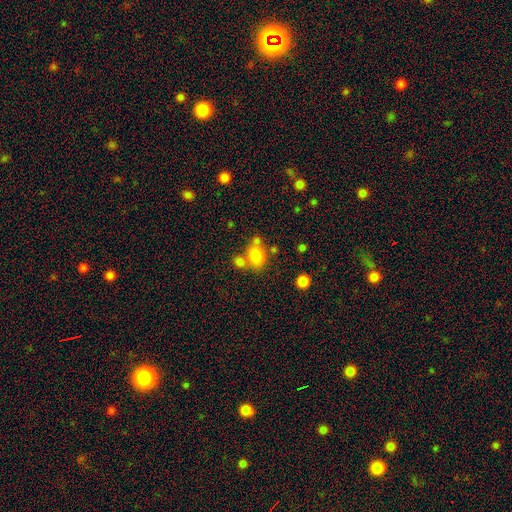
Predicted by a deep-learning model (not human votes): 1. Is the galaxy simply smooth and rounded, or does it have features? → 78% smooth, 12% star or artifact, 10% featured or disk.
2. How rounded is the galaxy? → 50% round, 49% in between, 1% cigar-shaped.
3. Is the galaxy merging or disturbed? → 54% none, 29% merger, 12% minor disturbance, 5% major disturbance.